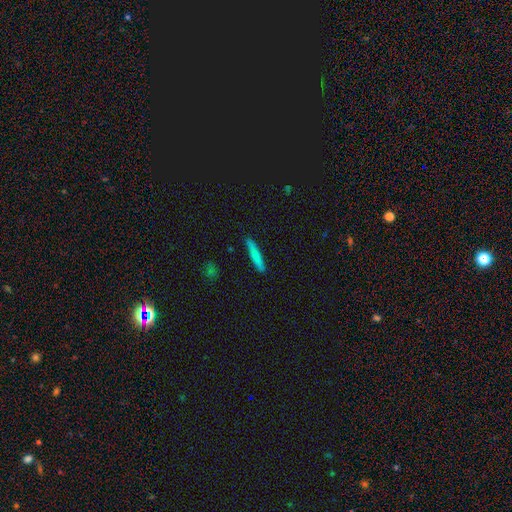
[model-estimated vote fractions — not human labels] A smooth galaxy with no disk features (77%) that is cigar-shaped (92%). Merging: none (88%).